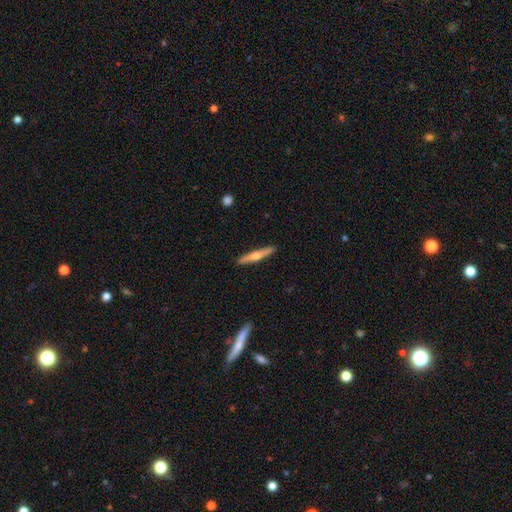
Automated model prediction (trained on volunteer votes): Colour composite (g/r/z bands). It shows a featured or disk galaxy (53%) viewed edge-on (96%) with a rounded central bulge (83%). Merging: none (91%).